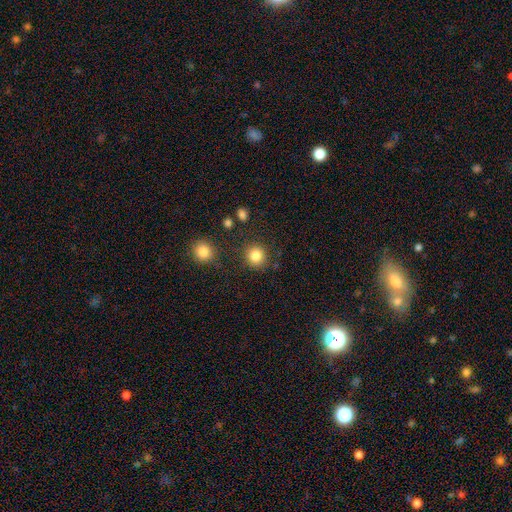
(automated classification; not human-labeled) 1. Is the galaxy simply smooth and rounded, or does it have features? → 85% smooth, 10% star or artifact, 5% featured or disk.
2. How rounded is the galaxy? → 92% round, 7% in between, 1% cigar-shaped.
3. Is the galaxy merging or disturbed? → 86% none, 7% minor disturbance, 3% merger, 3% major disturbance.